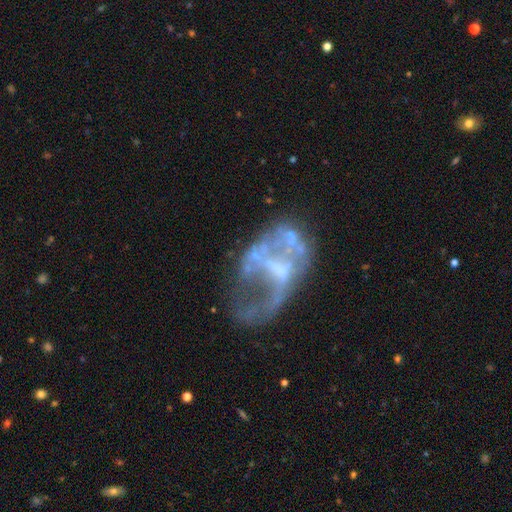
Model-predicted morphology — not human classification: A featured or disk galaxy (68%) with no bar (71%), no spiral arms (81%) and no central bulge (65%). Merging: major disturbance (47%).